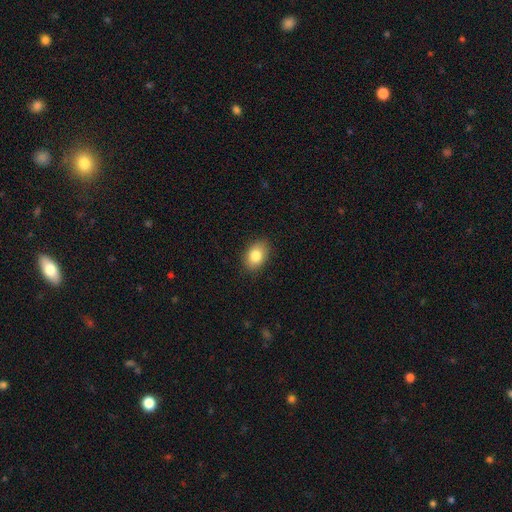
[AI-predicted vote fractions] Q: Smooth or featured?
A: smooth (83%); runner-up: featured or disk (9%)
Q: How rounded?
A: in between (81%); runner-up: round (17%)
Q: Merging?
A: none (87%); runner-up: minor disturbance (10%)